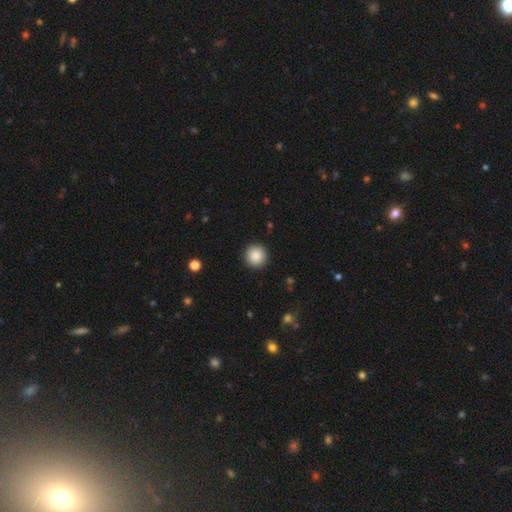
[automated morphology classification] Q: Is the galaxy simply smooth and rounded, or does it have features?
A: smooth — 88%.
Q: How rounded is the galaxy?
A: round — 95%.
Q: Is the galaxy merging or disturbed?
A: none — 93%.